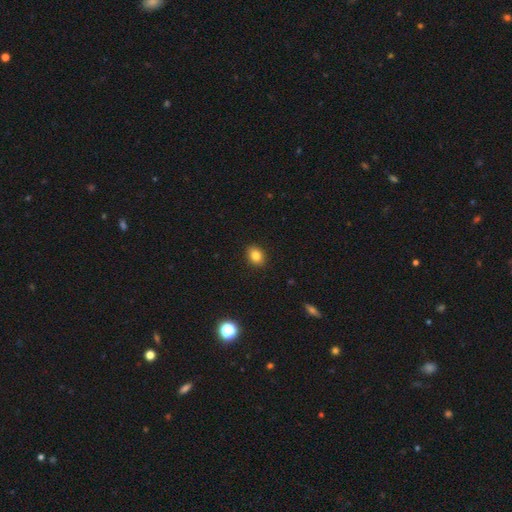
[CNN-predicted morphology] Smooth or featured? smooth (83%)
How rounded? in between (53%)
Merging? none (90%)